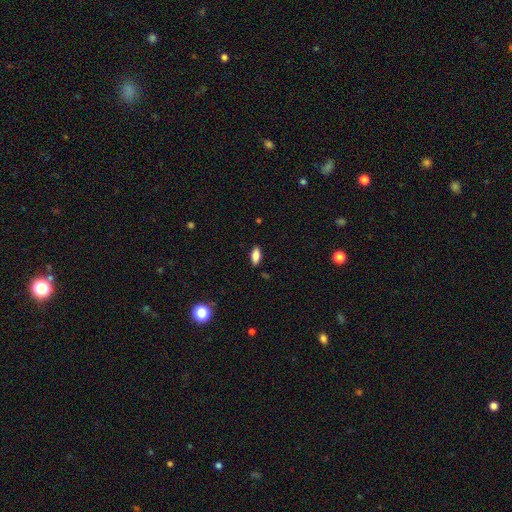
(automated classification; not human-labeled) Overall: smooth (83%). How rounded: in between (84%). Merging: none (87%).